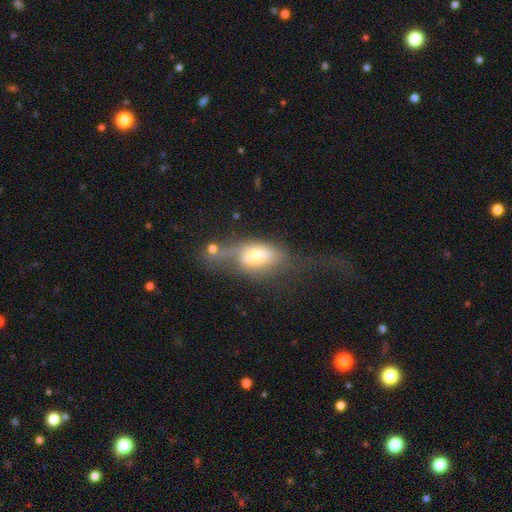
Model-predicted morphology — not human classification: smooth 51%, featured or disk 40%, star or artifact 10%. Down the decision tree: how rounded — in between (82%); merging — major disturbance (38%).